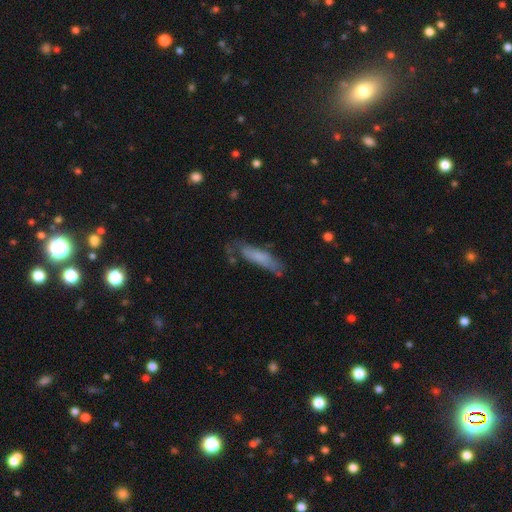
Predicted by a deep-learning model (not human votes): A smooth galaxy with no disk features (62%) that is cigar-shaped (68%). Merging: none (57%).